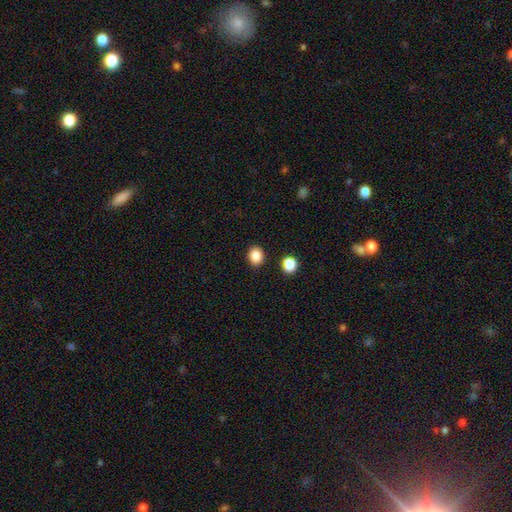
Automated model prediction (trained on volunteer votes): A smooth galaxy with no disk features (86%) that is round (64%). Merging: none (89%).